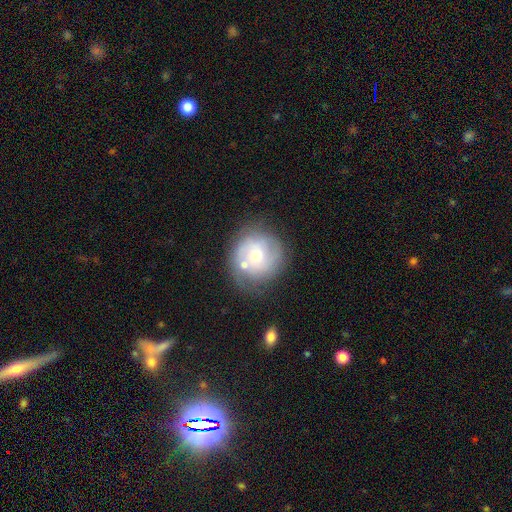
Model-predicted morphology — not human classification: A featured or disk galaxy (53%) with no bar (69%), spiral arms (76%) and a moderate central bulge (46%). Merging: none (63%).